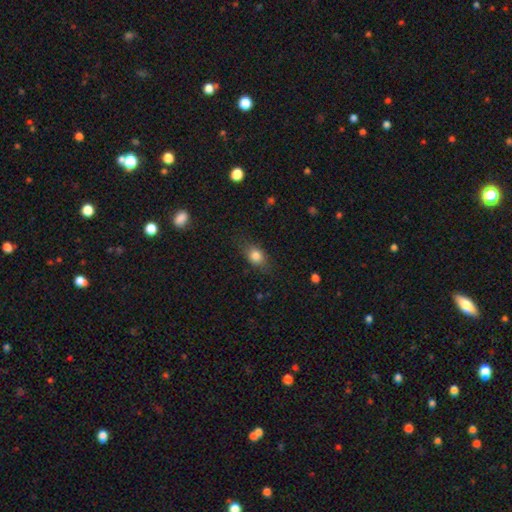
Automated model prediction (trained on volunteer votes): This is clearly a smooth galaxy (80%). How rounded: likely in between (68%). Merging: likely none (76%).